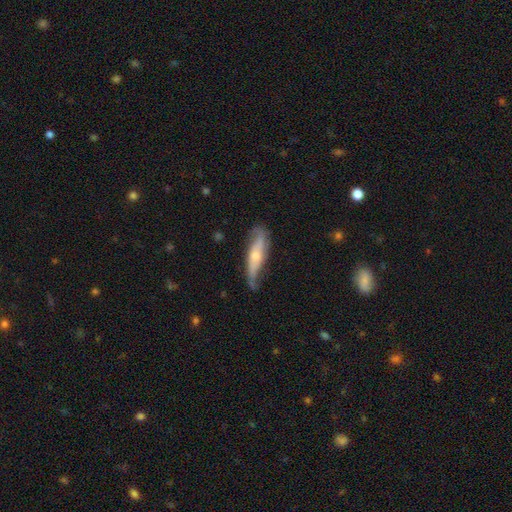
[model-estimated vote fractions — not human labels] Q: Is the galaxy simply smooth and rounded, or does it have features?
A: featured or disk — 55%.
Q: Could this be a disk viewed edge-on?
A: no — 51%.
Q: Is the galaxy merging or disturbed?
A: none — 56%.